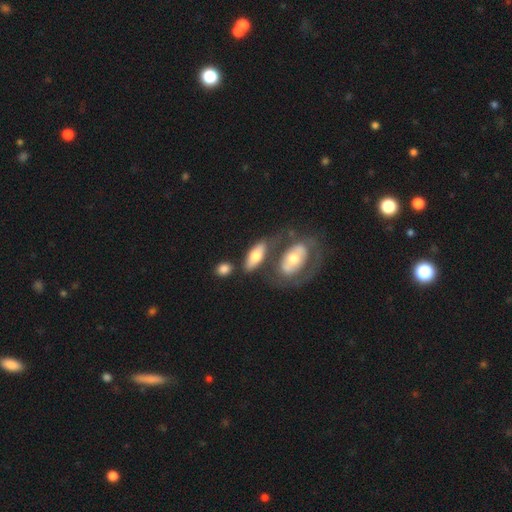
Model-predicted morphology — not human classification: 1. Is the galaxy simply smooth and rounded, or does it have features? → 57% smooth, 38% featured or disk, 6% star or artifact.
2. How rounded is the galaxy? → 78% in between, 18% cigar-shaped, 4% round.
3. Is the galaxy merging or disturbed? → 55% none, 22% merger, 16% minor disturbance, 7% major disturbance.